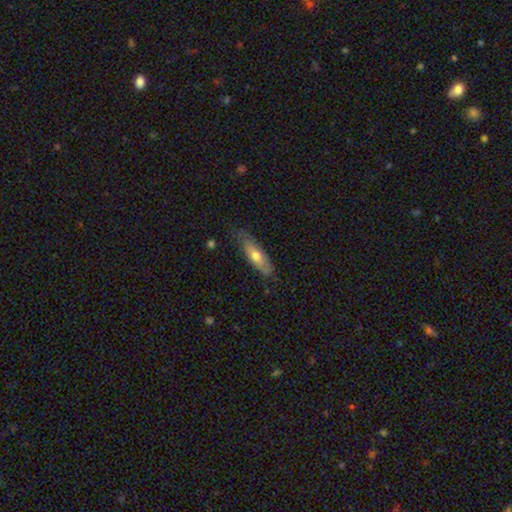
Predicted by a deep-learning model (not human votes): A smooth galaxy with no disk features (59%) that is in between round and cigar-shaped (50%).

Vote fractions:
- Smooth or featured? smooth: 59% / featured or disk: 36% / star or artifact: 6%
- How rounded? in between: 50% / cigar-shaped: 48% / round: 2%
- Merging? none: 72% / minor disturbance: 23% / major disturbance: 4% / merger: 1%